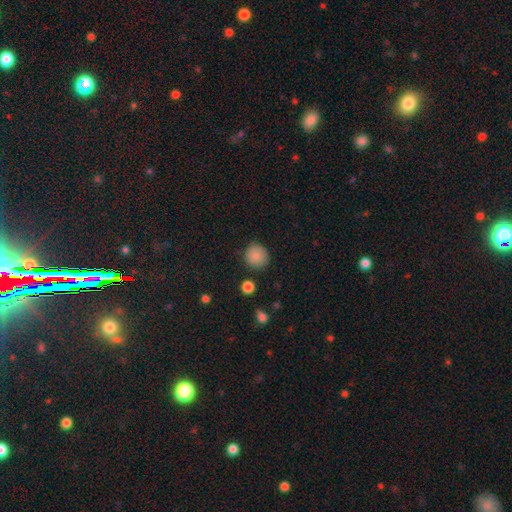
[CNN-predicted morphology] A smooth galaxy with no disk features (86%) that is round (91%).

Vote fractions:
- Smooth or featured? smooth: 86% / star or artifact: 9% / featured or disk: 5%
- How rounded? round: 91% / in between: 8% / cigar-shaped: 1%
- Merging? none: 86% / minor disturbance: 9% / major disturbance: 3% / merger: 2%